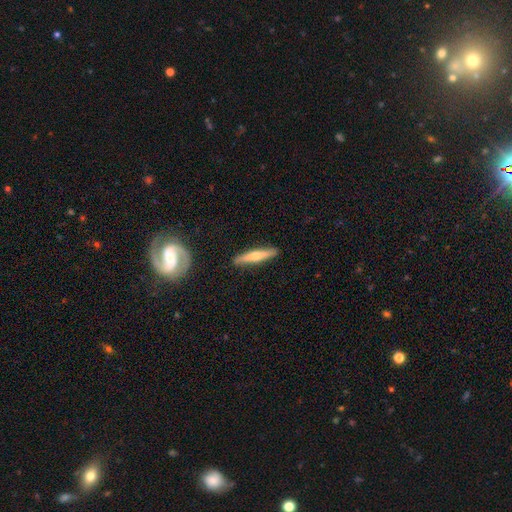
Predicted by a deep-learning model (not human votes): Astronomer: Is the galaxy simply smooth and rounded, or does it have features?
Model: featured or disk — 62%.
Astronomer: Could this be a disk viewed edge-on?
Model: yes — 91%.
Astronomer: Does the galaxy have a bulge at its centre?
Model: rounded — 86%.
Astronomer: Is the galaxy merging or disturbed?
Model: none — 89%.